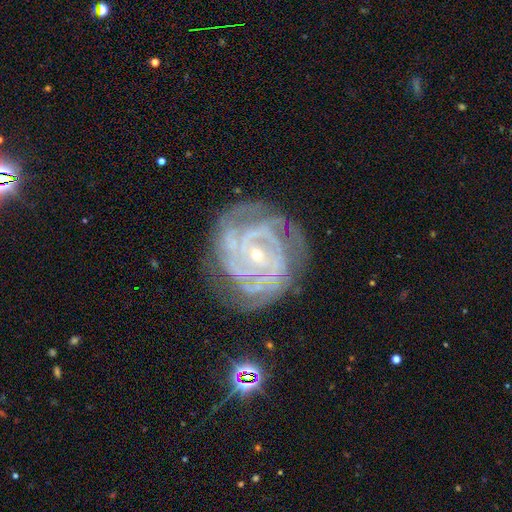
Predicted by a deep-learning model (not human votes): The model was most divided on "spiral arm count": 4: 24%, 3: 23%, can't tell: 21%, 2: 15%, more than 4: 11%, 1: 7%. More confident: spiral arms — yes (97%); edge-on disk — no (97%); smooth or featured — featured or disk (90%); bulge size — small (82%); merging — none (73%); spiral winding — tight (72%); bar — no (60%).